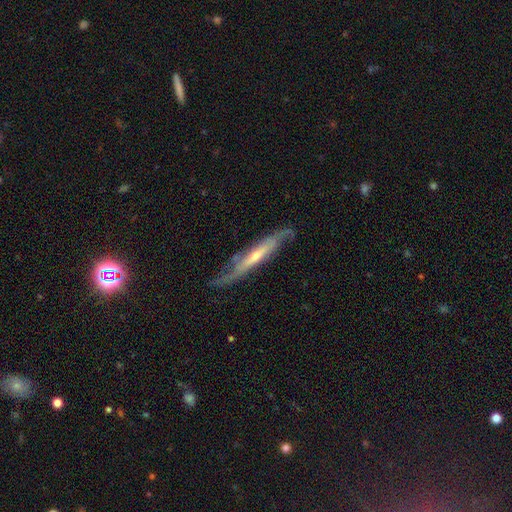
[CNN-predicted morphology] Smooth or featured? featured or disk (77%)
Edge-on disk? yes (60%)
Merging? none (63%)